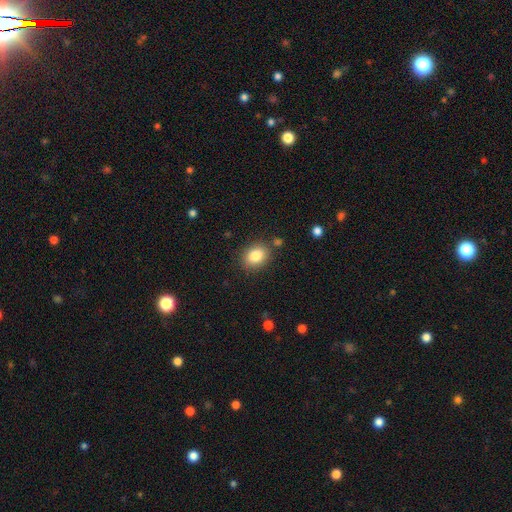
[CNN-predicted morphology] A smooth galaxy with no disk features (84%) that is in between round and cigar-shaped (55%).

Vote fractions:
- Smooth or featured? smooth: 84% / star or artifact: 9% / featured or disk: 7%
- How rounded? in between: 55% / round: 44% / cigar-shaped: 1%
- Merging? none: 82% / minor disturbance: 11% / merger: 4% / major disturbance: 3%